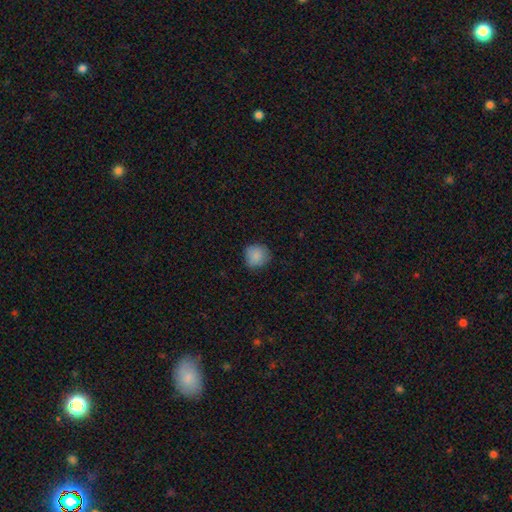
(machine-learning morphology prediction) smooth 86%, star or artifact 9%, featured or disk 5%. Down the decision tree: how rounded — round (88%); merging — none (80%).